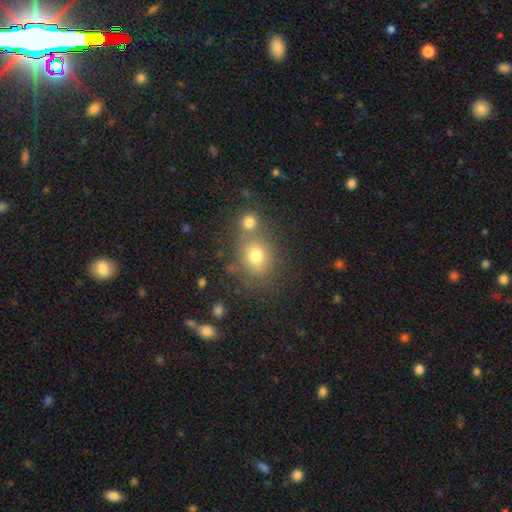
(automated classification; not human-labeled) smooth_or_featured: smooth (p=0.74) [alt: star or artifact p=0.15]
how_rounded: round (p=0.67) [alt: in between p=0.32]
merging: none (p=0.58) [alt: merger p=0.27]